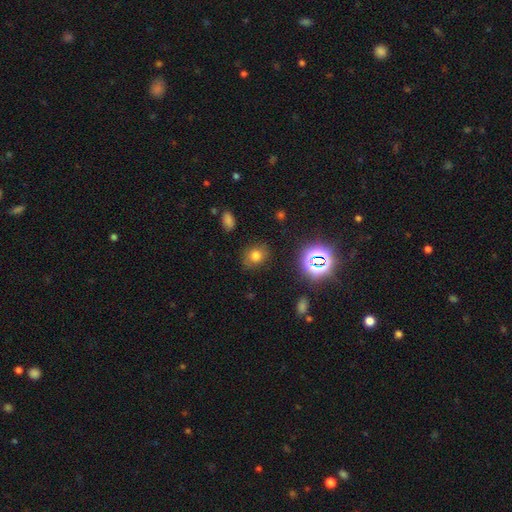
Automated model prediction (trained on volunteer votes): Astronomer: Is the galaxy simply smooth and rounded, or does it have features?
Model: smooth — 71%.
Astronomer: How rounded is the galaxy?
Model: round — 55% (runner-up: in between, 44%).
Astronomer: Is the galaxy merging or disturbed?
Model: none — 82%.